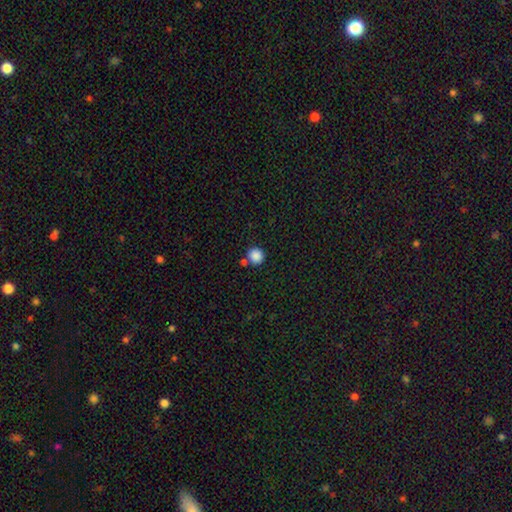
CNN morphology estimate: smooth 87%, star or artifact 10%, featured or disk 3%. Down the decision tree: how rounded — round (92%); merging — none (74%).